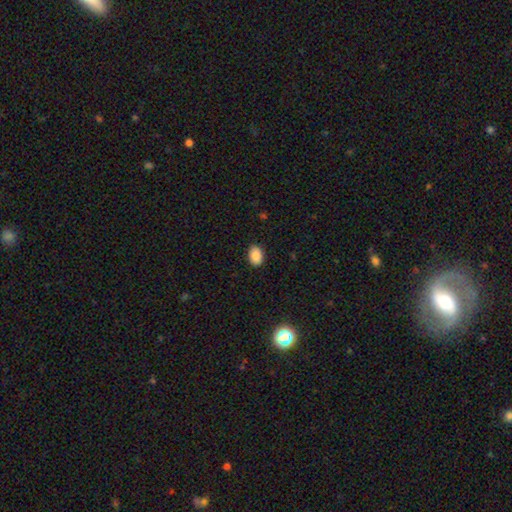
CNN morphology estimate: This appears to be a smooth galaxy with no disk features (89%) that is in between round and cigar-shaped (85%). Merging: none (89%).